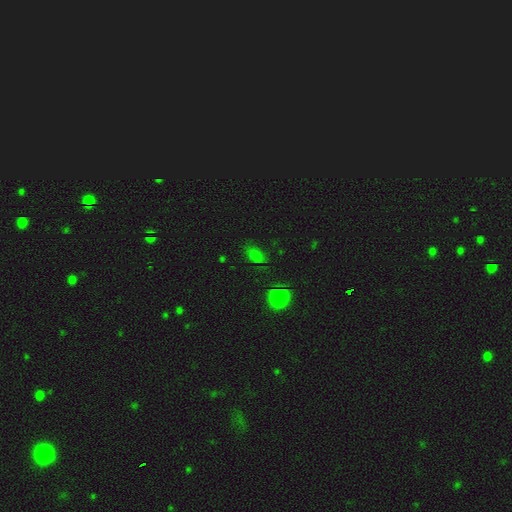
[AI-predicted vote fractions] A smooth galaxy with no disk features (70%) that is in between round and cigar-shaped (76%). Merging: none (72%).